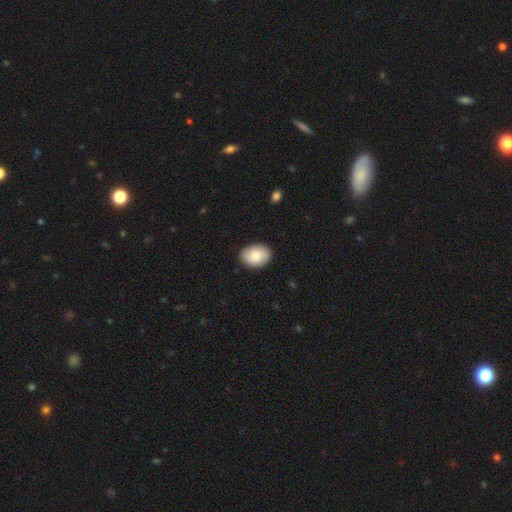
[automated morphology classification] smooth-or-featured: smooth: 83% | featured or disk: 11% | star or artifact: 6%
  how-rounded: in between: 74% | round: 25% | cigar-shaped: 1%
  merging: none: 88% | minor disturbance: 9% | major disturbance: 2% | merger: 1%